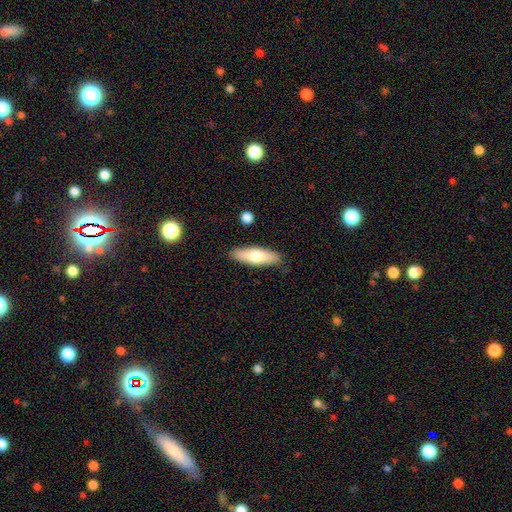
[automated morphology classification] This is likely a smooth galaxy (69%). How rounded: possibly in between (50%). Merging: clearly none (85%).